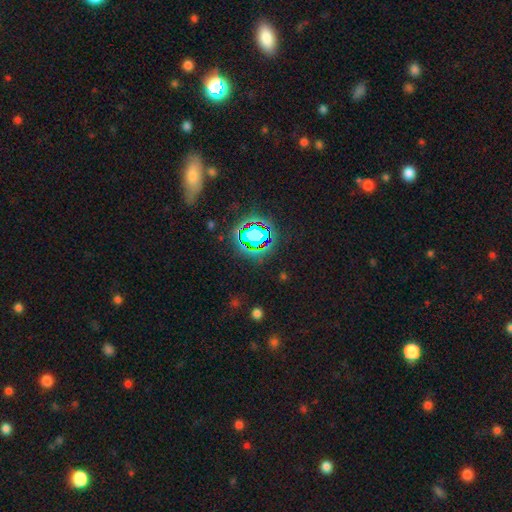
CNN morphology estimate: Smooth or featured: star or artifact — 74% (smooth — 17%)